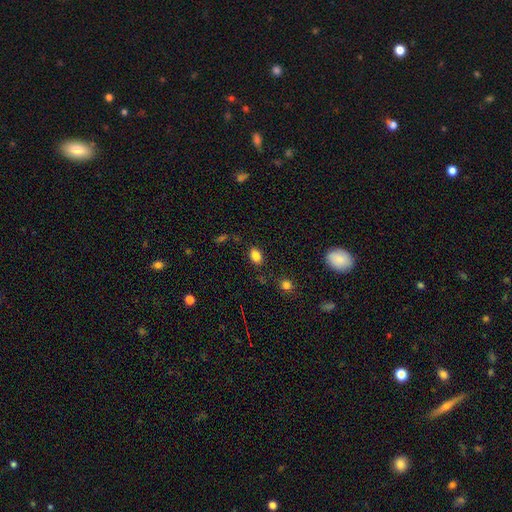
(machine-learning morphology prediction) Smooth or featured? Predicted: smooth (p=0.85). How rounded? Predicted: in between (p=0.83). Merging? Predicted: none (p=0.82).